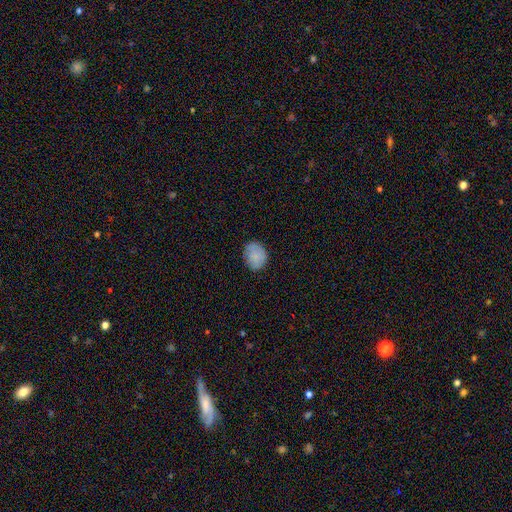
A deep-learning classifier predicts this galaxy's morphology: Smooth or featured? smooth (84%)
How rounded? round (61%)
Merging? none (80%)